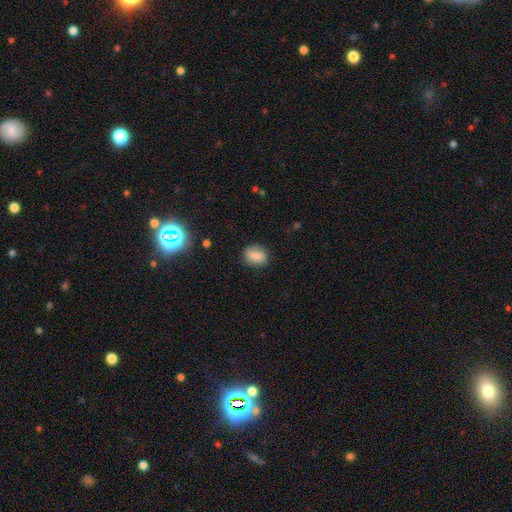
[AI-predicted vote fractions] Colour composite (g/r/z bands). It shows a smooth galaxy with no disk features (80%) that is in between round and cigar-shaped (63%). Merging: none (78%).